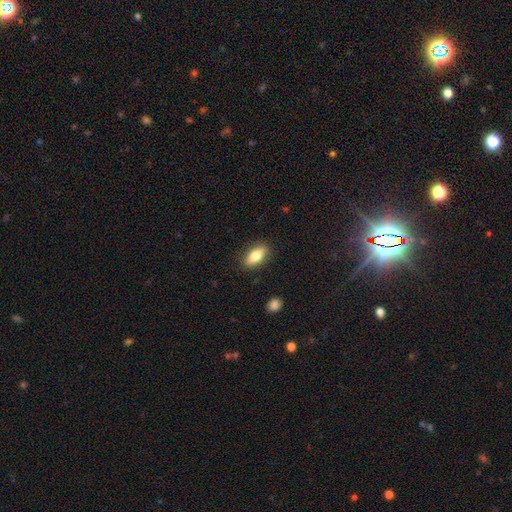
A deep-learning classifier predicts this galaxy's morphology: Smooth or featured? Predicted: smooth (p=0.76). How rounded? Predicted: in between (p=0.84). Merging? Predicted: none (p=0.87).